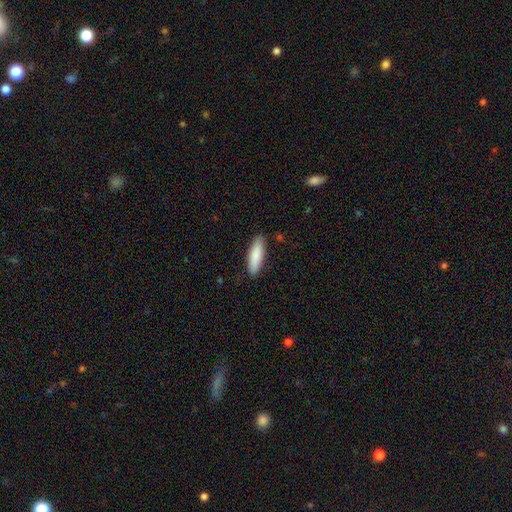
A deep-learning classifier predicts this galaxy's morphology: Smooth or featured? smooth (87%)
How rounded? in between (51%)
Merging? none (86%)